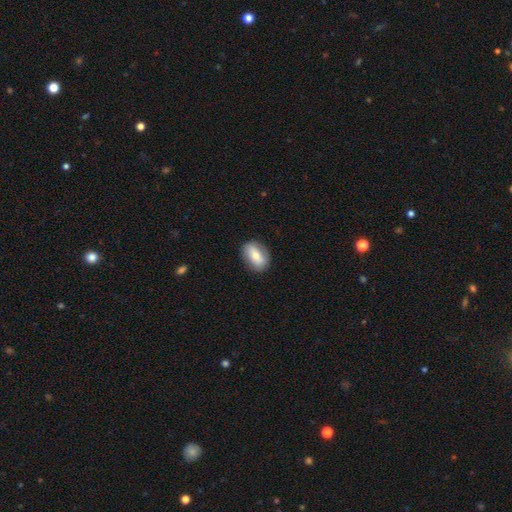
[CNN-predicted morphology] Q: Smooth or featured?
A: smooth (63%); runner-up: featured or disk (30%)
Q: How rounded?
A: in between (80%); runner-up: round (18%)
Q: Merging?
A: none (84%); runner-up: minor disturbance (12%)